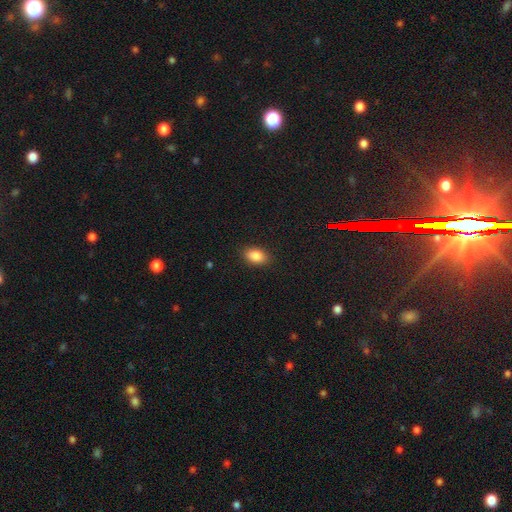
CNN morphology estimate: Smooth or featured: smooth — 87% (star or artifact — 8%)
How rounded: in between — 87% (round — 11%)
Merging: none — 88% (minor disturbance — 8%)